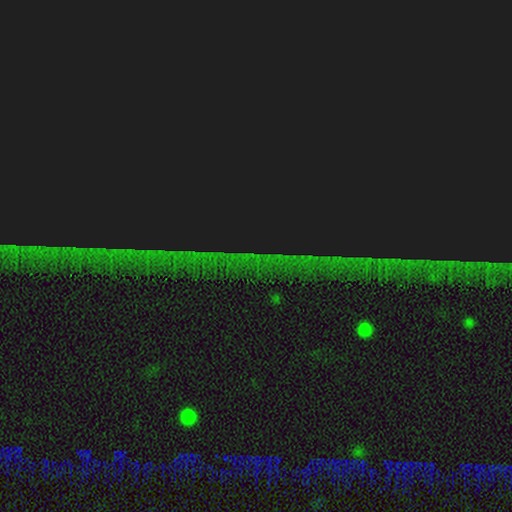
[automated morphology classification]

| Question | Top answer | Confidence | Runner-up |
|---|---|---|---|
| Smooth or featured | star or artifact | 88% | featured or disk (7%) |